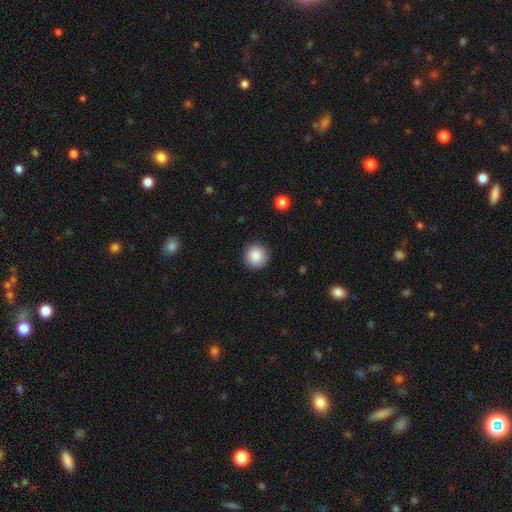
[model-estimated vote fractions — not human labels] This appears to be a smooth galaxy with no disk features (87%) that is round (95%). Merging: none (91%).